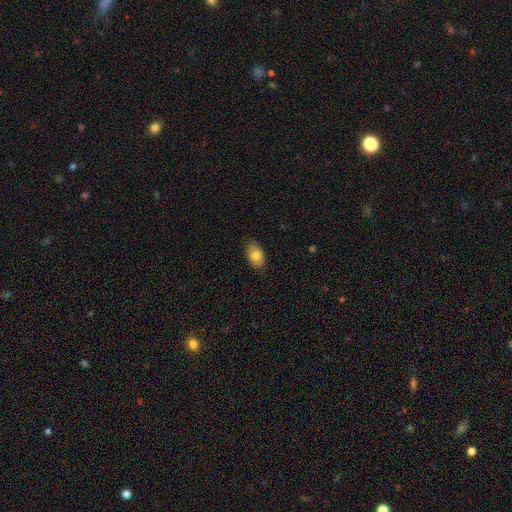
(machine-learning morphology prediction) smooth_or_featured: smooth (p=0.80) [alt: featured or disk p=0.13]
how_rounded: in between (p=0.90) [alt: round p=0.08]
merging: none (p=0.84) [alt: minor disturbance p=0.12]